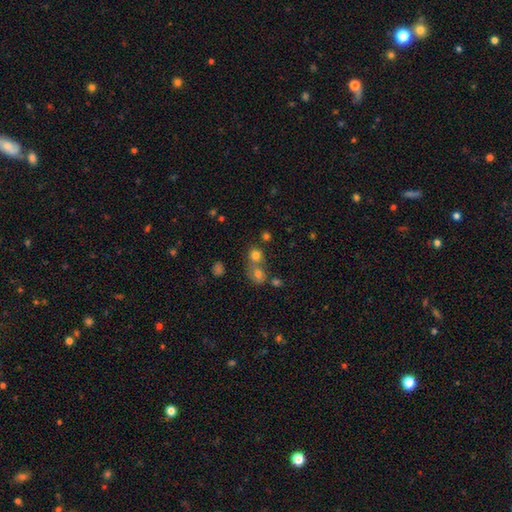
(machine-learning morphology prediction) Q: Smooth or featured?
A: smooth (74%); runner-up: star or artifact (16%)
Q: How rounded?
A: round (83%); runner-up: in between (16%)
Q: Merging?
A: none (47%); runner-up: merger (43%)